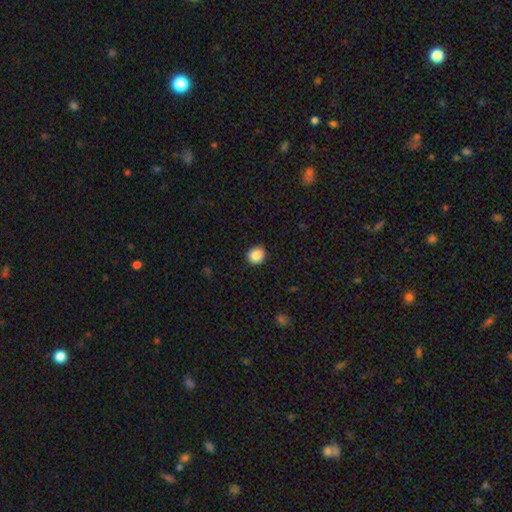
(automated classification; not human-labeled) Q: Smooth or featured?
A: smooth (86%); runner-up: star or artifact (10%)
Q: How rounded?
A: round (80%); runner-up: in between (19%)
Q: Merging?
A: none (89%); runner-up: minor disturbance (8%)